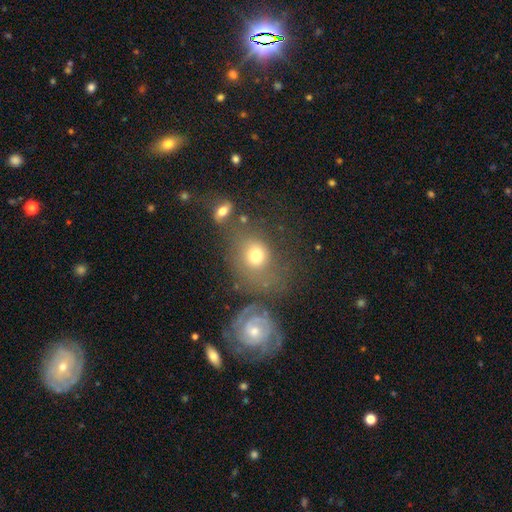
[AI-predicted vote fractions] A smooth galaxy with no disk features (59%) that is round (61%). Merging: none (45%).